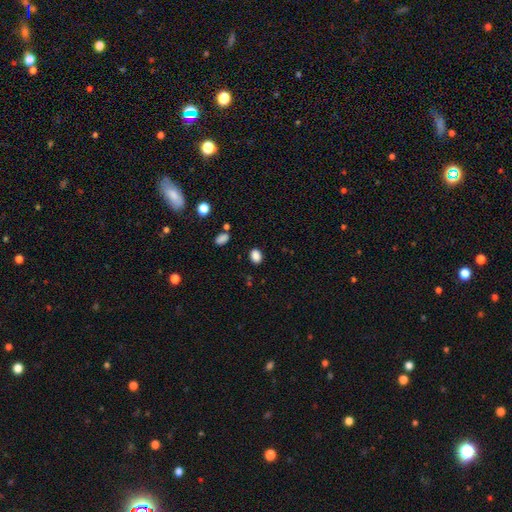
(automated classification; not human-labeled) smooth-or-featured: smooth: 86% | star or artifact: 10% | featured or disk: 3%
  how-rounded: in between: 74% | round: 25% | cigar-shaped: 1%
  merging: none: 85% | minor disturbance: 10% | major disturbance: 3% | merger: 2%